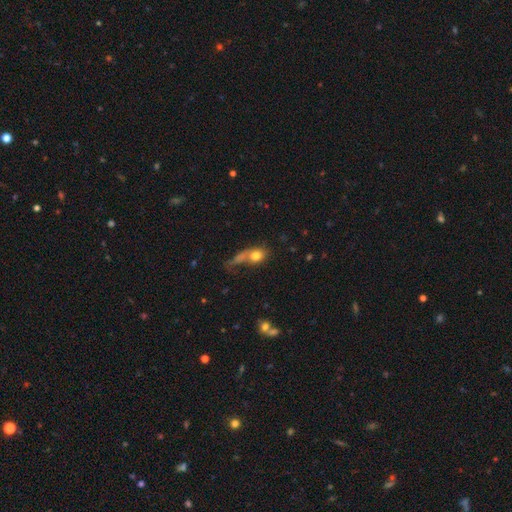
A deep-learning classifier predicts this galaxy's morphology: This appears to be a smooth galaxy with no disk features (73%) that is in between round and cigar-shaped (55%). Merging: none (30%).